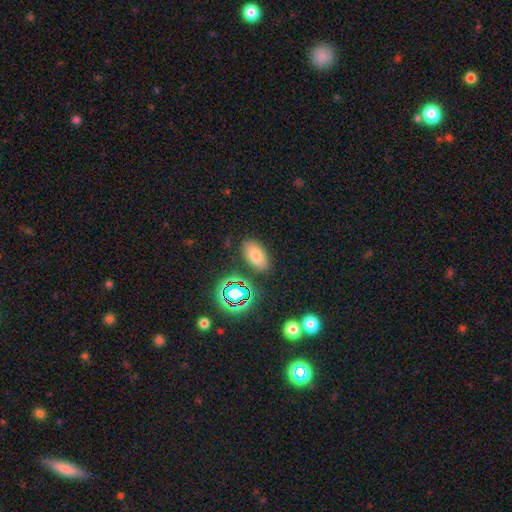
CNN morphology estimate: Smooth or featured? Predicted: smooth (p=0.69). How rounded? Predicted: in between (p=0.90). Merging? Predicted: none (p=0.83).